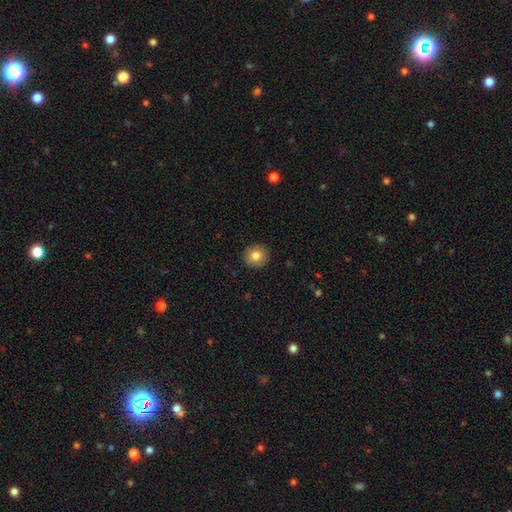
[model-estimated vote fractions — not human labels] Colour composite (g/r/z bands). It shows a smooth galaxy with no disk features (81%) that is round (91%). Merging: none (91%).